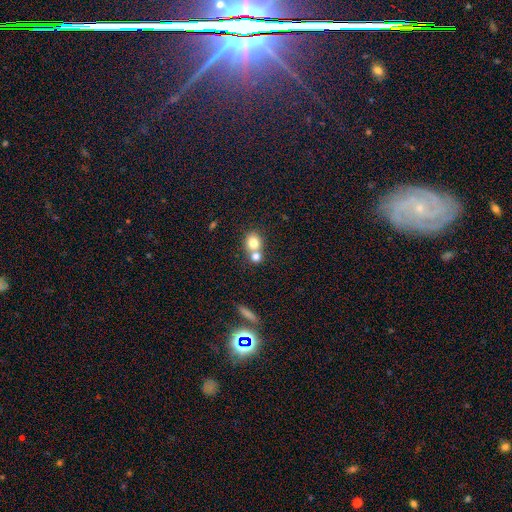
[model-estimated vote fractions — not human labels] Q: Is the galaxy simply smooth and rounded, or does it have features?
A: smooth — 75%.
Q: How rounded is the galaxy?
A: round — 74%.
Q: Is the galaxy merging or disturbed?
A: merger — 54%.